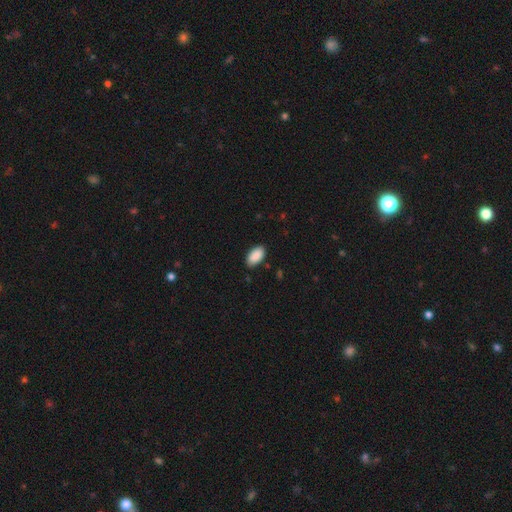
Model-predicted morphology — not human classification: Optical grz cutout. It shows a smooth galaxy with no disk features (90%) that is in between round and cigar-shaped (95%). Merging: none (86%).